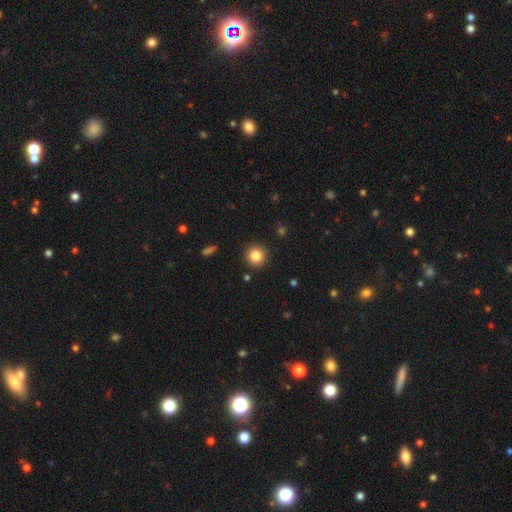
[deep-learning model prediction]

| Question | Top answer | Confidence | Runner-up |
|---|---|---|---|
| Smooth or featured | smooth | 84% | star or artifact (10%) |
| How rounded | round | 94% | in between (5%) |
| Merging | none | 90% | minor disturbance (6%) |